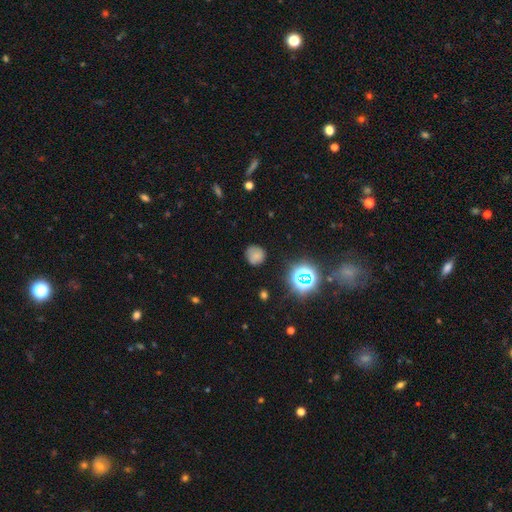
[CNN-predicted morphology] Smooth or featured?
  - smooth: 70% *
  - star or artifact: 20%
  - featured or disk: 10%
How rounded?
  - round: 86% *
  - in between: 13%
  - cigar-shaped: 1%
Merging?
  - none: 75% *
  - minor disturbance: 17%
  - major disturbance: 5%
  - merger: 2%